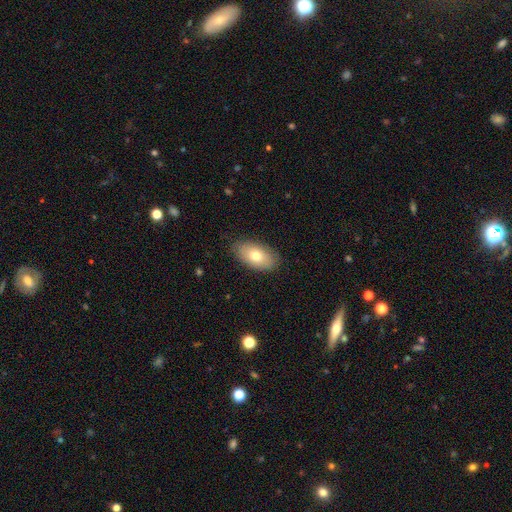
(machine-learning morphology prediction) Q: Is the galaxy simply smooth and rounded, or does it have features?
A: smooth — 74%.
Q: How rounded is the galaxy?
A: in between — 93%.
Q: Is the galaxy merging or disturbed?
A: none — 85%.